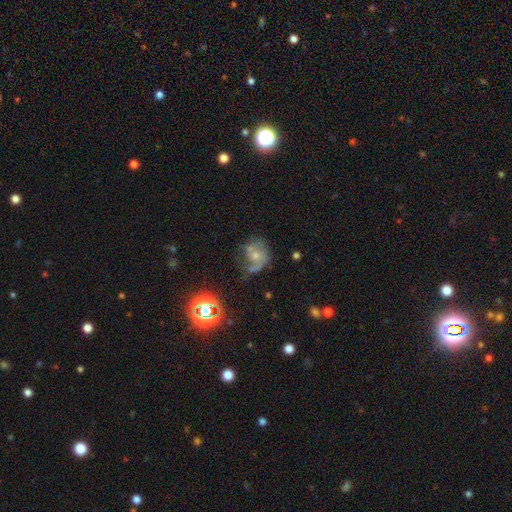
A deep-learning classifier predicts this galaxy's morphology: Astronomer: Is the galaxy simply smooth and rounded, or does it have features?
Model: featured or disk — 61%.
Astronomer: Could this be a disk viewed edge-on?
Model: no — 97%.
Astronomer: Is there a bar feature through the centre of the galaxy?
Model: no — 71%.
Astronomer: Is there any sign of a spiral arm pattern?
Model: yes — 81%.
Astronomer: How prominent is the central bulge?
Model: moderate — 45% (runner-up: small, 42%).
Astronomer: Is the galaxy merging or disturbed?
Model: none — 42% (runner-up: minor disturbance, 27%).